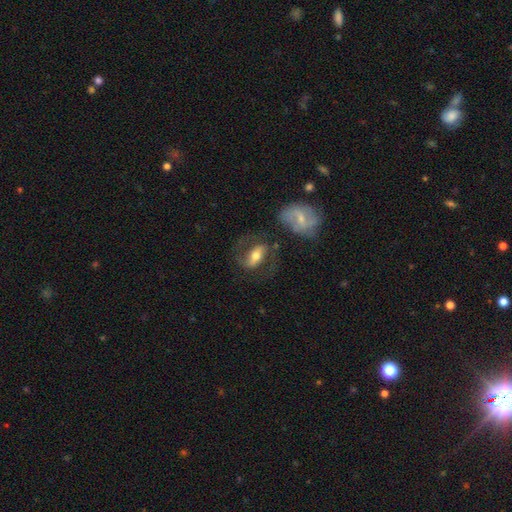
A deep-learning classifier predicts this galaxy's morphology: Q: Smooth or featured?
A: featured or disk (67%); runner-up: smooth (26%)
Q: Edge-on disk?
A: no (90%); runner-up: yes (10%)
Q: Bar?
A: strong (52%); runner-up: weak (29%)
Q: Spiral arms?
A: yes (82%); runner-up: no (18%)
Q: Bulge size?
A: moderate (65%); runner-up: small (20%)
Q: Merging?
A: none (59%); runner-up: minor disturbance (16%)